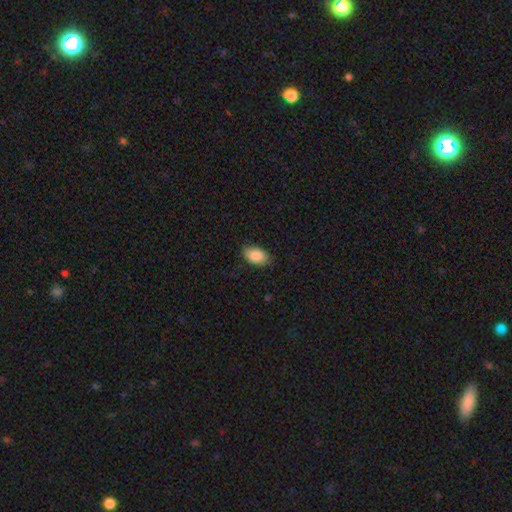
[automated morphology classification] Overall: smooth (87%). How rounded: in between (92%). Merging: none (84%).